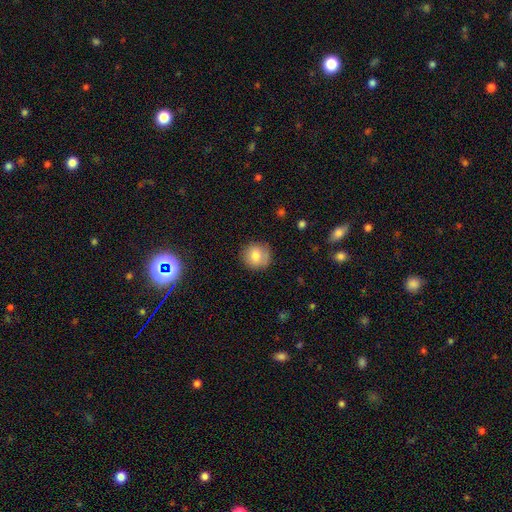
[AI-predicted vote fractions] Smooth or featured: smooth — 80% (featured or disk — 12%)
How rounded: round — 91% (in between — 8%)
Merging: none — 80% (minor disturbance — 14%)